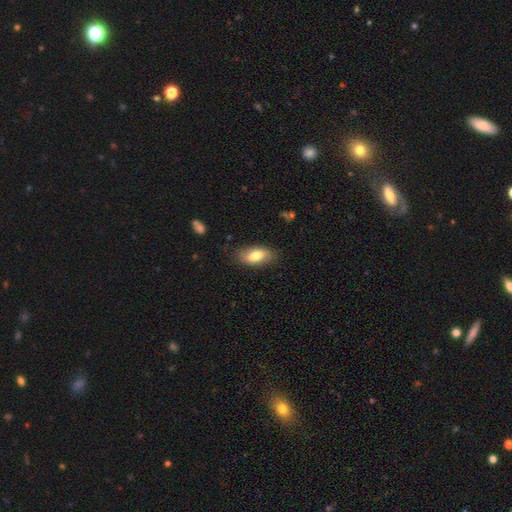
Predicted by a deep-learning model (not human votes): Smooth or featured? smooth (76%)
How rounded? in between (89%)
Merging? none (81%)